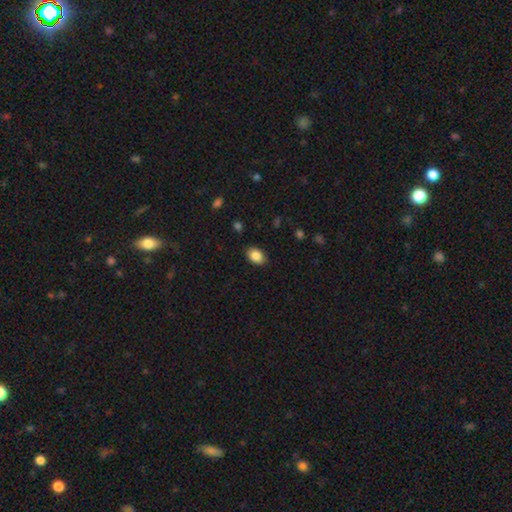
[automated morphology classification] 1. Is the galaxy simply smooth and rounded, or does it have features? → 87% smooth, 8% star or artifact, 5% featured or disk.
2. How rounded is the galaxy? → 78% in between, 21% round, 1% cigar-shaped.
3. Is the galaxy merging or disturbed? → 87% none, 10% minor disturbance, 2% major disturbance, 1% merger.